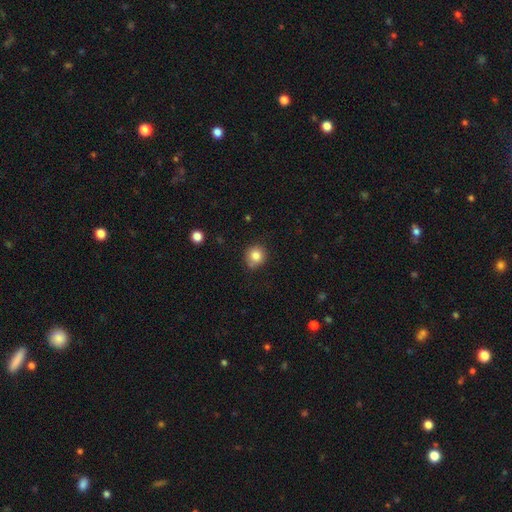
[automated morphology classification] Overall: smooth (83%). How rounded: round (90%). Merging: none (75%).